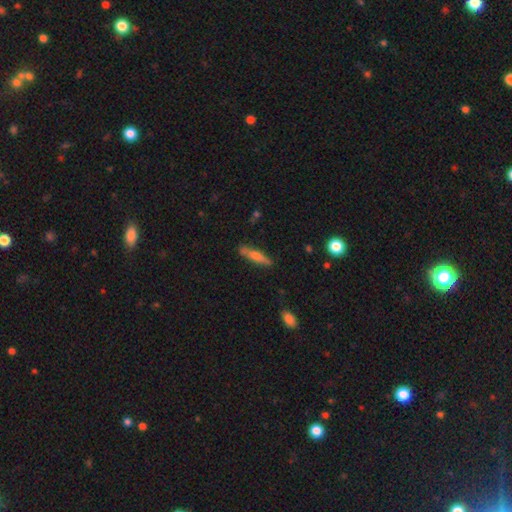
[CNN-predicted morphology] Smooth or featured?
  - smooth: 53% *
  - featured or disk: 40%
  - star or artifact: 7%
How rounded?
  - cigar-shaped: 84% *
  - in between: 13%
  - round: 2%
Merging?
  - none: 83% *
  - minor disturbance: 12%
  - major disturbance: 2%
  - merger: 2%